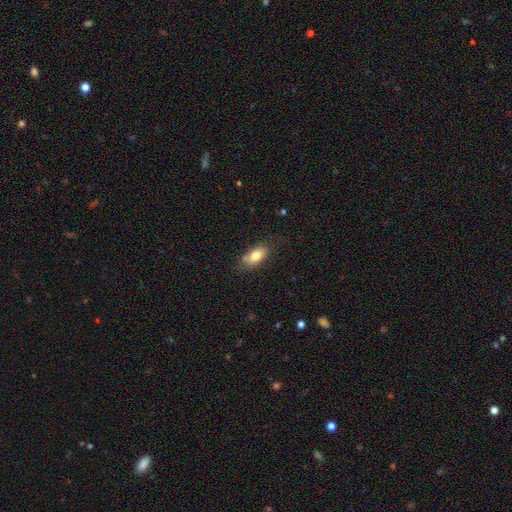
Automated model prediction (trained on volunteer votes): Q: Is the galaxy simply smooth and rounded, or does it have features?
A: smooth — 79%.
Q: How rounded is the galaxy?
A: in between — 88%.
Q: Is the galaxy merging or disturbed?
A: none — 69%.